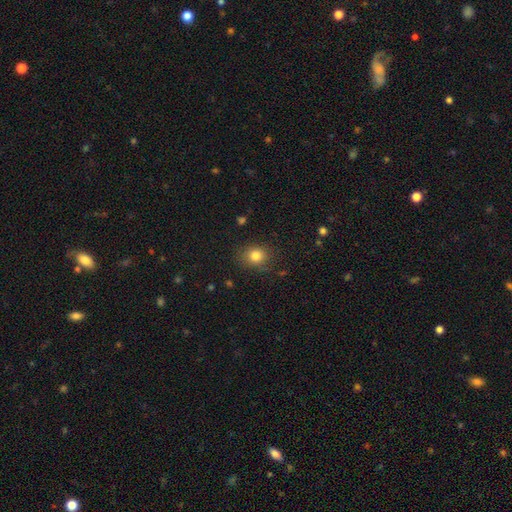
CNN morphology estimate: This appears to be a smooth galaxy with no disk features (82%) that is round (69%). Merging: none (82%).